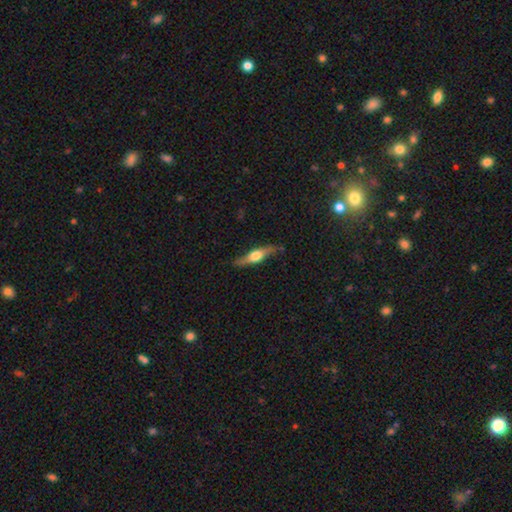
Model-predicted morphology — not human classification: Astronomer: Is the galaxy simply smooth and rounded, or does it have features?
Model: featured or disk — 61%.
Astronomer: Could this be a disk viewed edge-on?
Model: yes — 87%.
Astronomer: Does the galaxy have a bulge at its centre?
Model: rounded — 91%.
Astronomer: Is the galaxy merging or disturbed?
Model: none — 79%.